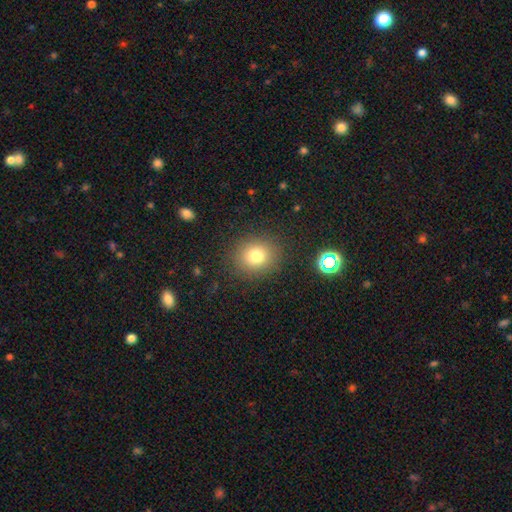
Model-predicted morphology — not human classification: Smooth or featured?
  - smooth: 78% *
  - star or artifact: 14%
  - featured or disk: 8%
How rounded?
  - round: 77% *
  - in between: 22%
  - cigar-shaped: 1%
Merging?
  - none: 87% *
  - minor disturbance: 8%
  - major disturbance: 3%
  - merger: 1%